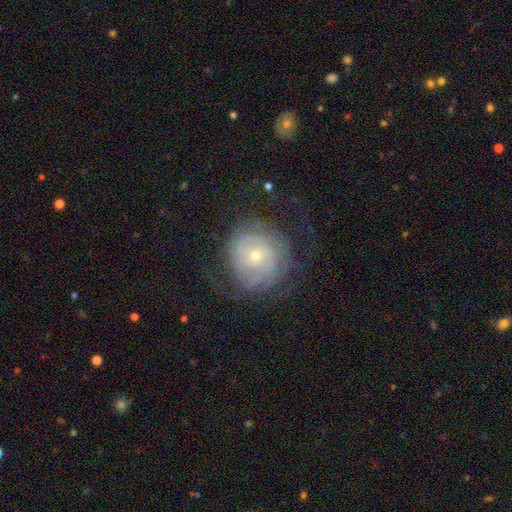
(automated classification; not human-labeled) This is likely a featured or disk galaxy (63%). It is clearly not viewed edge-on (97%). Bar: likely no (76%). Spiral arm pattern: likely yes (78%). Central bulge: likely small (71%). Merging: likely none (62%).